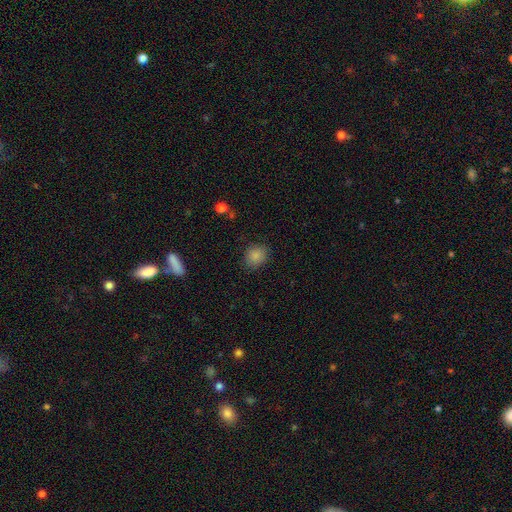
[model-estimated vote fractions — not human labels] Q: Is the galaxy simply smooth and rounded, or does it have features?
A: smooth — 85%.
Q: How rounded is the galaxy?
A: round — 71%.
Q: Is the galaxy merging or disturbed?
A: none — 83%.